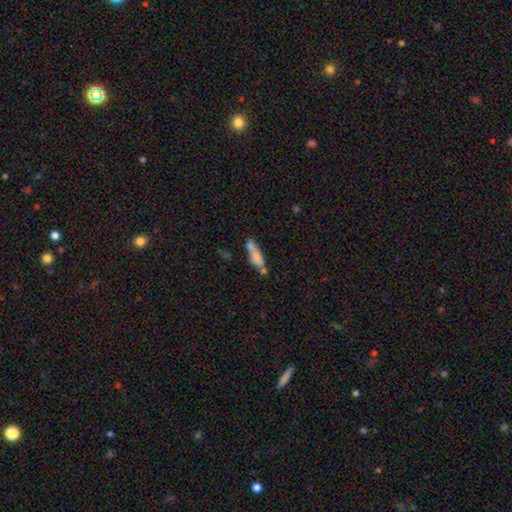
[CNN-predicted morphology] Smooth or featured? smooth (70%)
How rounded? cigar-shaped (63%)
Merging? none (38%)